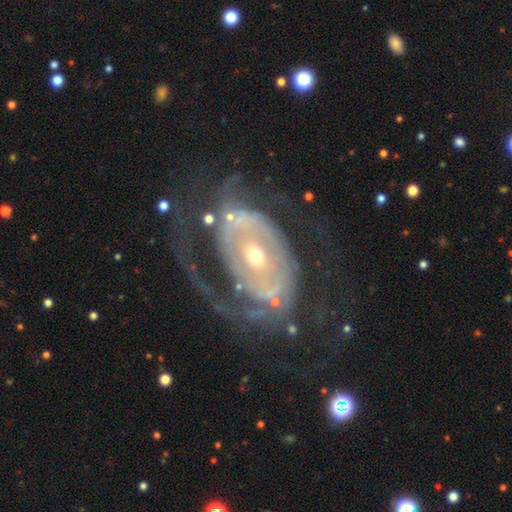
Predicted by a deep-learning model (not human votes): A featured or disk galaxy (83%) with no bar (55%), 2 (47%) tight (45%) spiral arms (79%) and a small central bulge (52%).

Vote fractions:
- Smooth or featured? featured or disk: 83% / smooth: 10% / star or artifact: 7%
- Edge-on disk? no: 95% / yes: 5%
- Bar? no: 55% / weak: 27% / strong: 18%
- Spiral arms? yes: 79% / no: 21%
- Spiral winding? tight: 45% / medium: 36% / loose: 19%
- Spiral arm count? 2: 47% / can't tell: 25% / 1: 14% / 3: 7% / 4: 3% / more than 4: 3%
- Bulge size? small: 52% / moderate: 43% / large: 3% / dominant: 1% / none: 1%
- Merging? none: 49% / major disturbance: 30% / minor disturbance: 17% / merger: 3%